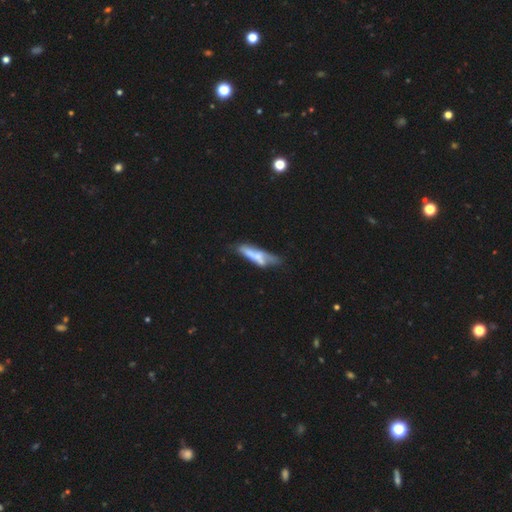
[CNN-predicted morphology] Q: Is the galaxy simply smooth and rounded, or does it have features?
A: smooth — 52%.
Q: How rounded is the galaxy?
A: cigar-shaped — 69%.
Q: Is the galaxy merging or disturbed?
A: none — 39%.